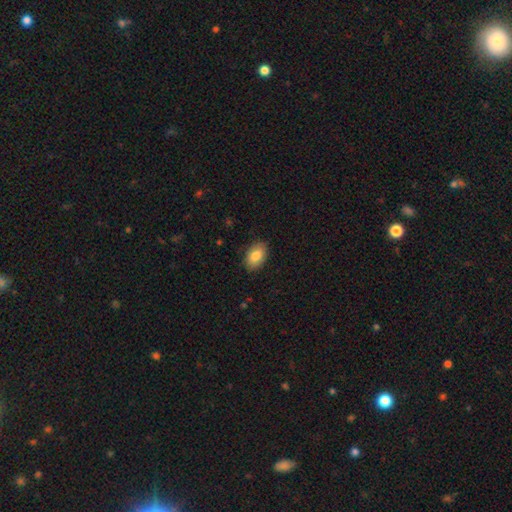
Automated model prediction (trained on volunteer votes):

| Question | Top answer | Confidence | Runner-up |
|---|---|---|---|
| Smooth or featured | smooth | 83% | featured or disk (10%) |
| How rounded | in between | 89% | round (9%) |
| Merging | none | 87% | minor disturbance (10%) |